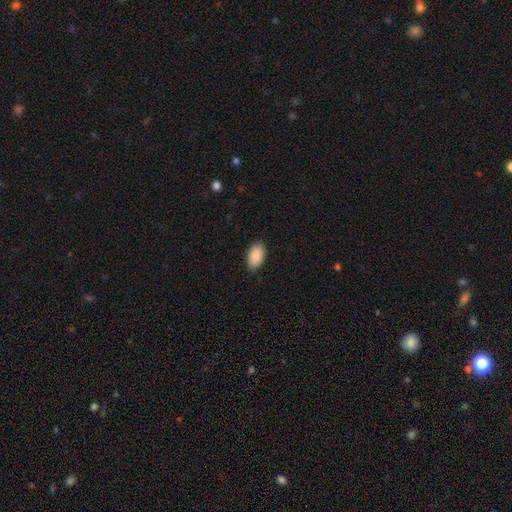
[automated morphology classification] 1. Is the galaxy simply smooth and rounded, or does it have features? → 91% smooth, 6% star or artifact, 3% featured or disk.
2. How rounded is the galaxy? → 95% in between, 4% round, 1% cigar-shaped.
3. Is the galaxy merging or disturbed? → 86% none, 10% minor disturbance, 2% major disturbance, 1% merger.